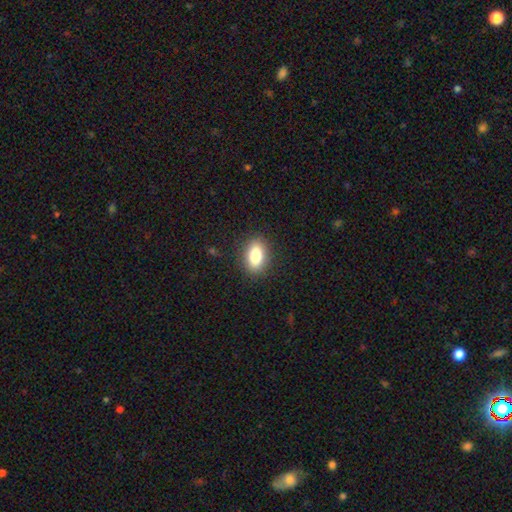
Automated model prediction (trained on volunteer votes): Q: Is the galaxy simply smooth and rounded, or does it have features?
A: smooth — 83%.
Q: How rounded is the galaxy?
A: in between — 87%.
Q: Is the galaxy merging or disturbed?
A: none — 88%.